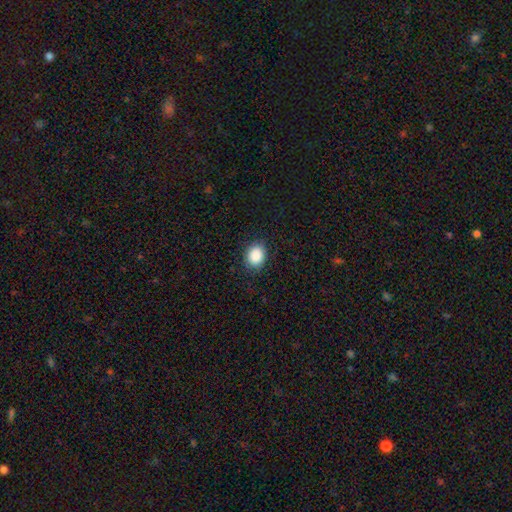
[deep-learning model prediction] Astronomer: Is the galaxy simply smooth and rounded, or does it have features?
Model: smooth — 88%.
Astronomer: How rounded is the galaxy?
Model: in between — 56% (runner-up: round, 43%).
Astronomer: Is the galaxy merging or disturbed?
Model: none — 86%.